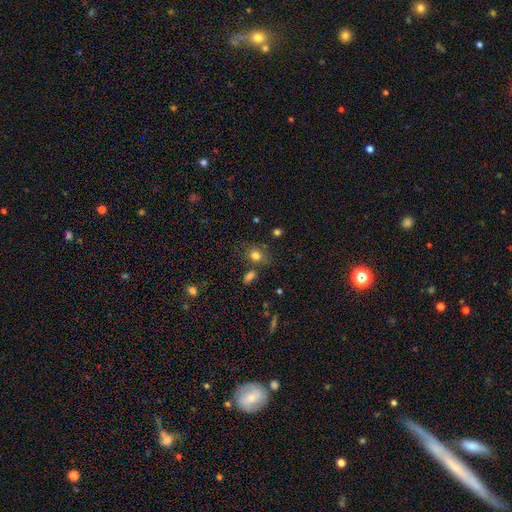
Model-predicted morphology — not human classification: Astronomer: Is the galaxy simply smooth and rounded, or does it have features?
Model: smooth — 79%.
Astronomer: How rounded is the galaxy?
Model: round — 52% (runner-up: in between, 47%).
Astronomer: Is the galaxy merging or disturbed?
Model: none — 72%.